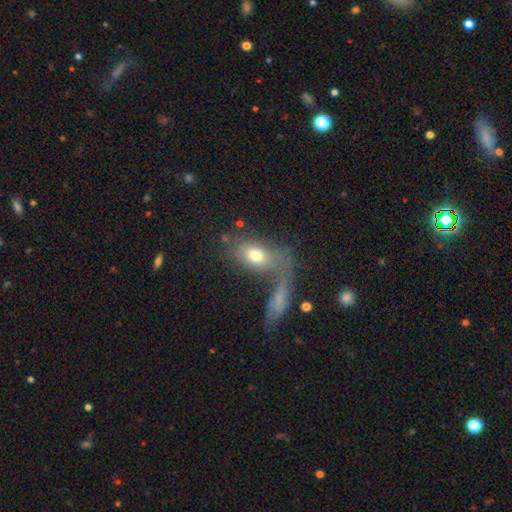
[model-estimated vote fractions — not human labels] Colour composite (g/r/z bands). It shows a smooth galaxy with no disk features (68%) that is in between round and cigar-shaped (78%). Merging: none (40%).